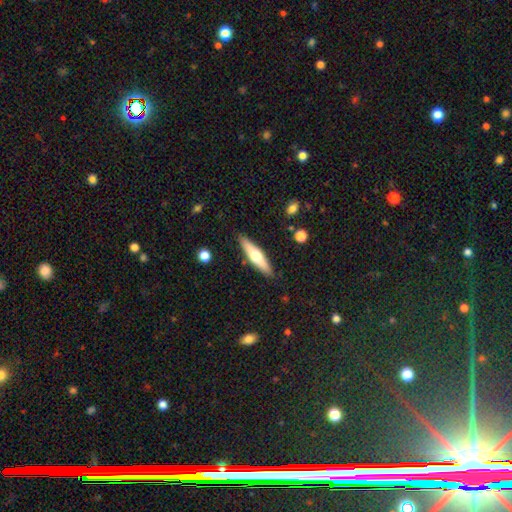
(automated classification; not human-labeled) The model was most divided on "smooth or featured": smooth: 48%, featured or disk: 46%, star or artifact: 6%. More confident: merging — none (88%).